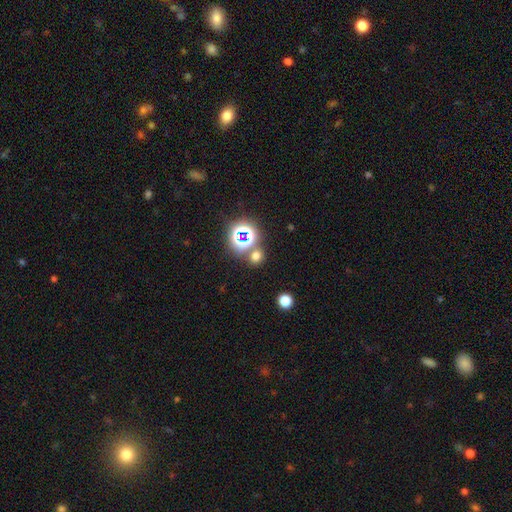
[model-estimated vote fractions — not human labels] A smooth galaxy with no disk features (58%) that is round (75%).

Vote fractions:
- Smooth or featured? smooth: 58% / star or artifact: 35% / featured or disk: 7%
- How rounded? round: 75% / in between: 23% / cigar-shaped: 1%
- Merging? none: 73% / merger: 15% / minor disturbance: 8% / major disturbance: 4%